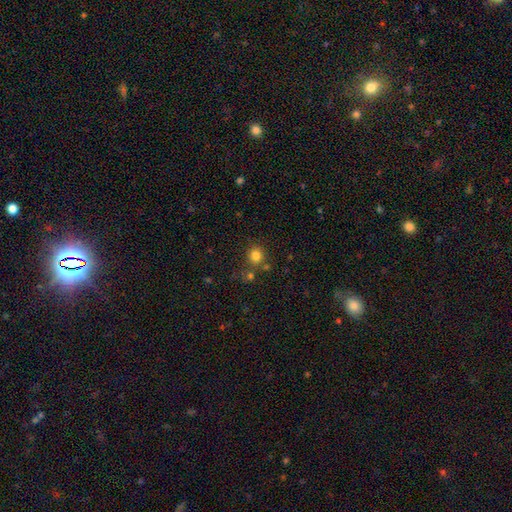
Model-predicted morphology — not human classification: smooth_or_featured: smooth (p=0.81) [alt: star or artifact p=0.14]
how_rounded: round (p=0.89) [alt: in between p=0.10]
merging: none (p=0.76) [alt: merger p=0.11]